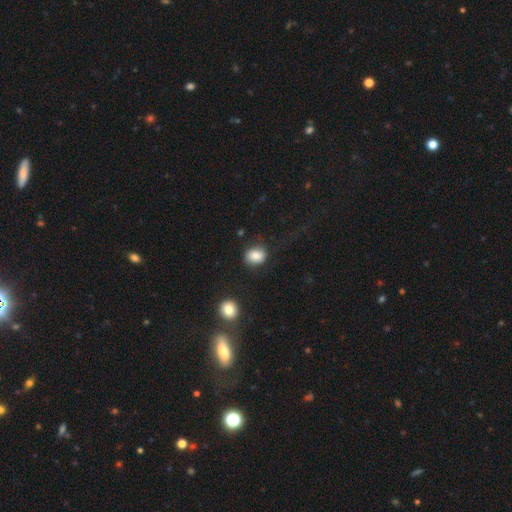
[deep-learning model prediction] Morphology: type=smooth (84%); roundness=in between (50%); merging=none (72%).